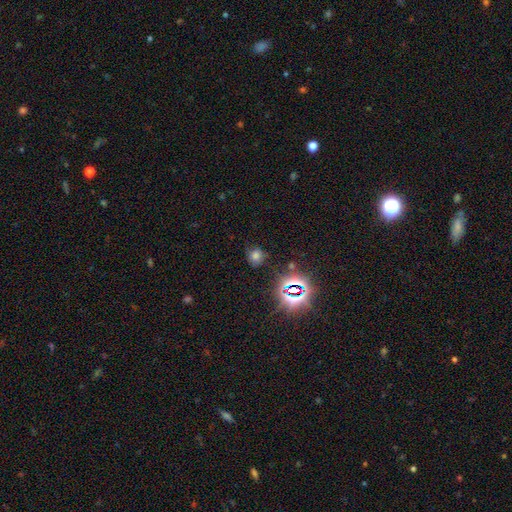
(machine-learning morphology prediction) smooth 63%, star or artifact 29%, featured or disk 8%. Down the decision tree: how rounded — round (78%); merging — none (79%).